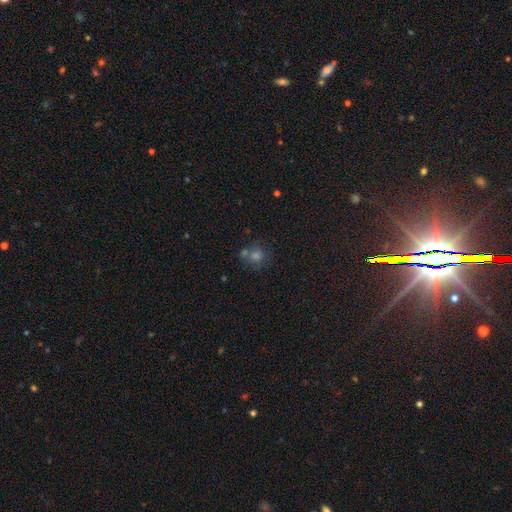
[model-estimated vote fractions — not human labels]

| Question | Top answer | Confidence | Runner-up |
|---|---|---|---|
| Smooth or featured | smooth | 57% | star or artifact (29%) |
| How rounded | round | 85% | in between (14%) |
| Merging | none | 64% | merger (18%) |